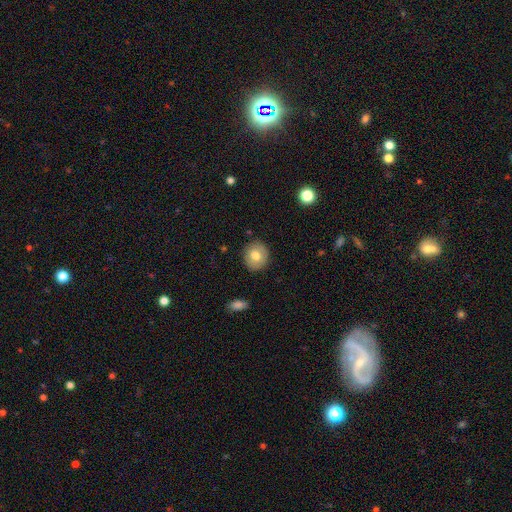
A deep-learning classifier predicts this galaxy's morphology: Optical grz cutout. It shows a smooth galaxy with no disk features (73%) that is round (76%). Merging: none (87%).